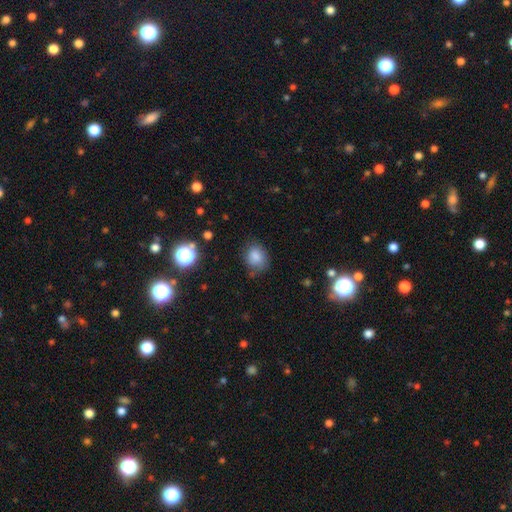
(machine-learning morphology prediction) Overall: smooth (81%). How rounded: round (50%; in between 49%). Merging: none (66%).